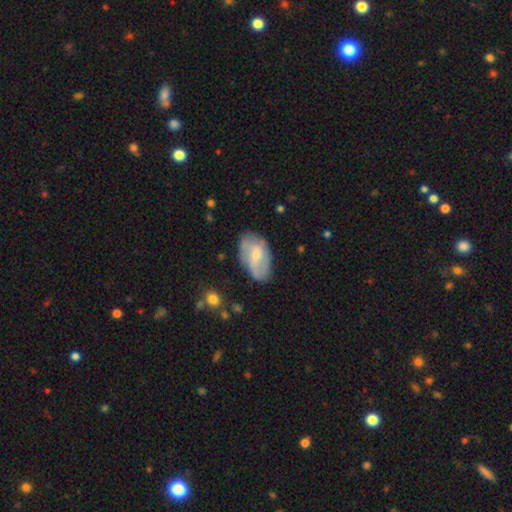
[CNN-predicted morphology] This is possibly a featured or disk galaxy (50%). It is clearly not viewed edge-on (95%). Merging: likely none (68%).